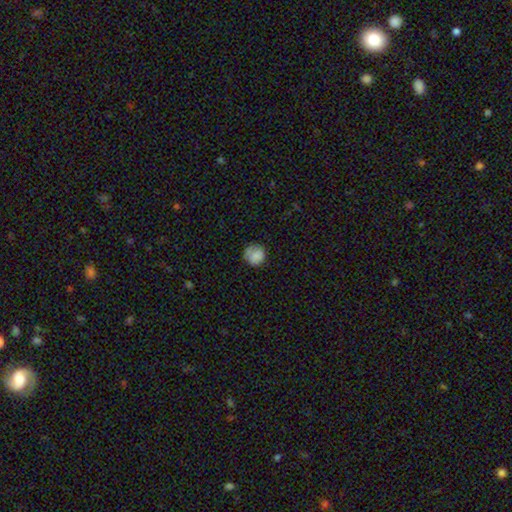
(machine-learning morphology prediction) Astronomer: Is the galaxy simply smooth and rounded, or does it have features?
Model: smooth — 82%.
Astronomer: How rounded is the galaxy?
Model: round — 89%.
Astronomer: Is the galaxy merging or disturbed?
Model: none — 70%.